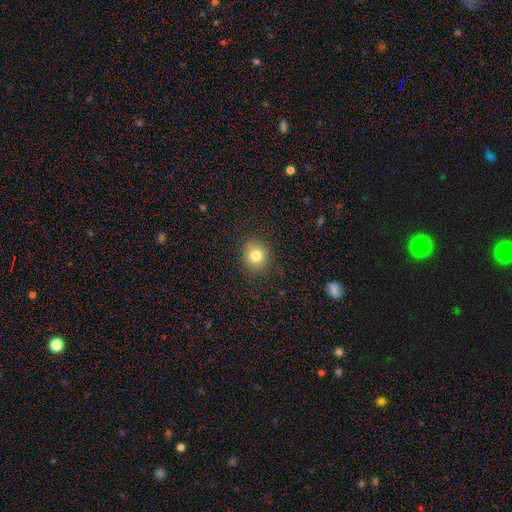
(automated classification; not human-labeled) smooth_or_featured: smooth (p=0.80) [alt: star or artifact p=0.12]
how_rounded: round (p=0.85) [alt: in between p=0.14]
merging: none (p=0.89) [alt: minor disturbance p=0.08]